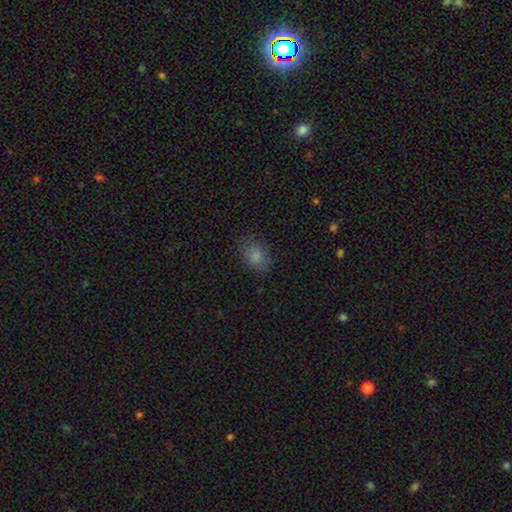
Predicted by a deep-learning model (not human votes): The model was most divided on "how rounded": in between: 71%, round: 28%, cigar-shaped: 1%. More confident: smooth or featured — smooth (83%); merging — none (77%).